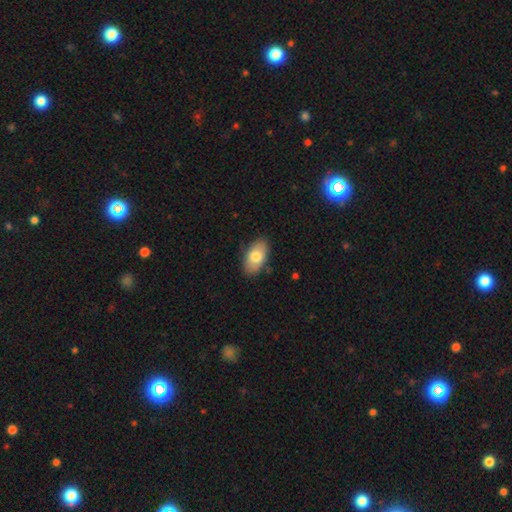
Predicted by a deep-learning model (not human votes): Morphology: type=smooth (76%); roundness=in between (93%); merging=none (84%).